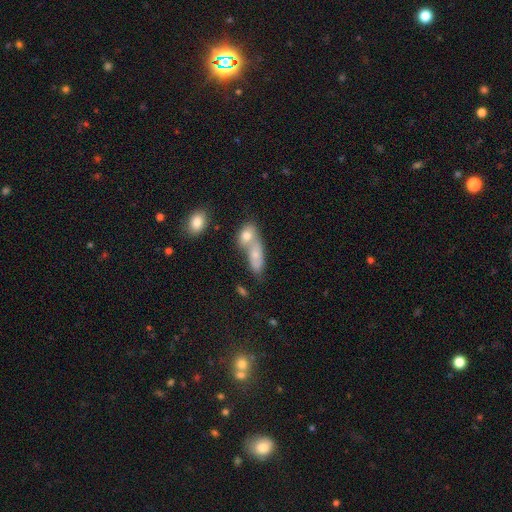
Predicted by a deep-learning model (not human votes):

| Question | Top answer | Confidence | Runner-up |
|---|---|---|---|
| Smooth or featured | smooth | 71% | featured or disk (20%) |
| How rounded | in between | 74% | cigar-shaped (15%) |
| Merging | merger | 63% | none (24%) |